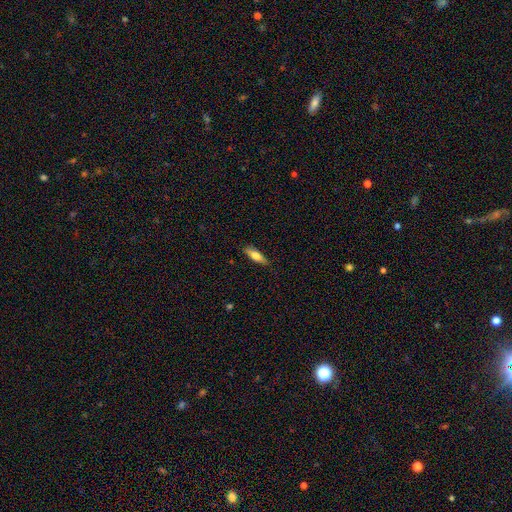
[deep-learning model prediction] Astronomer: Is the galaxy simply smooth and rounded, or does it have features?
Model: smooth — 68%.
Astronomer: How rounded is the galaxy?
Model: cigar-shaped — 49% (runner-up: in between, 48%).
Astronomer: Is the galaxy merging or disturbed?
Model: none — 85%.